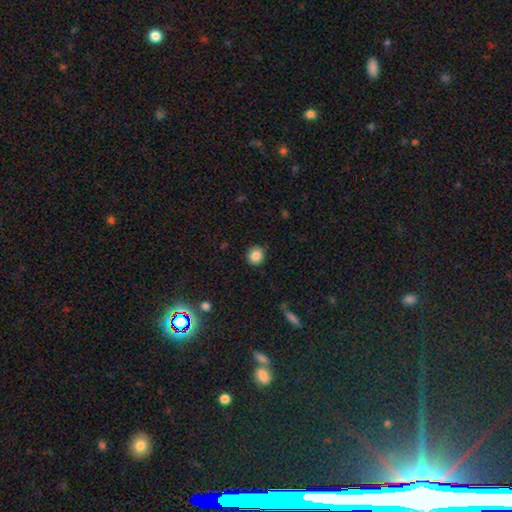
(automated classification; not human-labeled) Overall: smooth (85%). How rounded: round (86%). Merging: none (86%).